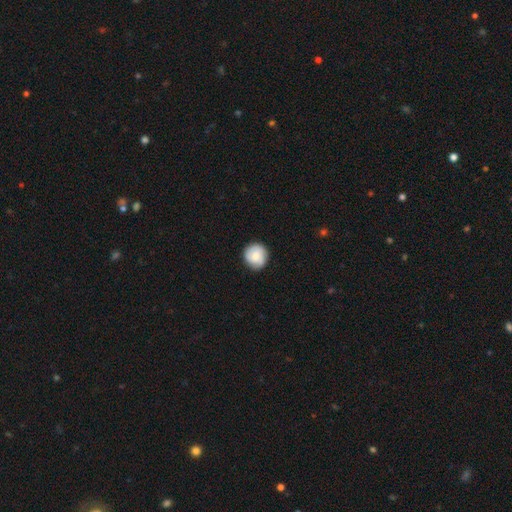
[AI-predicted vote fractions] The model was most divided on "smooth or featured": smooth: 68%, featured or disk: 25%, star or artifact: 7%. More confident: how rounded — round (92%); merging — none (86%).